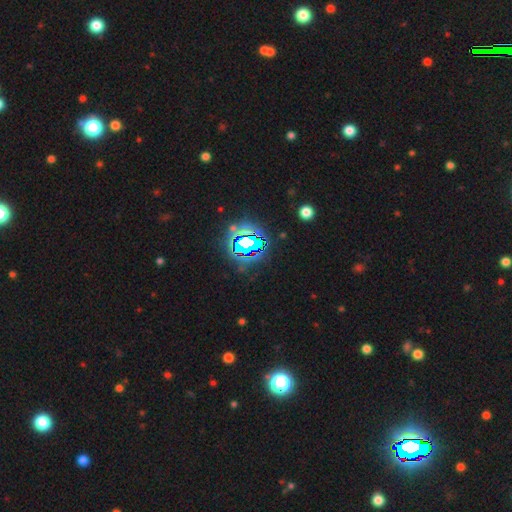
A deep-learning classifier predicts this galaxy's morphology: This appears to be a star or artifact, not a galaxy (81%).